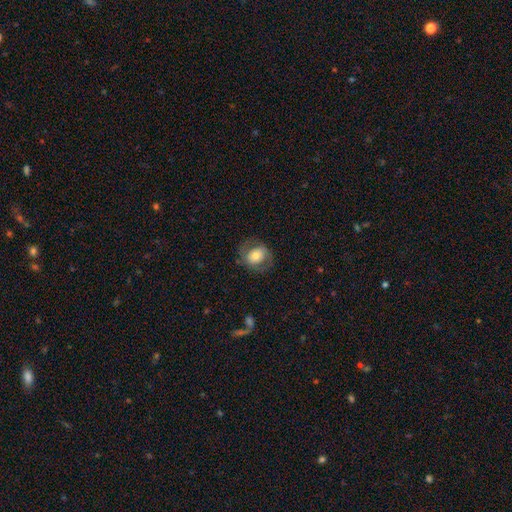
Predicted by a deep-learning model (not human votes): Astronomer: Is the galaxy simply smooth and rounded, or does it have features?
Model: smooth — 52% (runner-up: featured or disk, 40%).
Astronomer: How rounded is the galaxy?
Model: round — 61% (runner-up: in between, 37%).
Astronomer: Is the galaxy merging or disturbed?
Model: none — 71%.